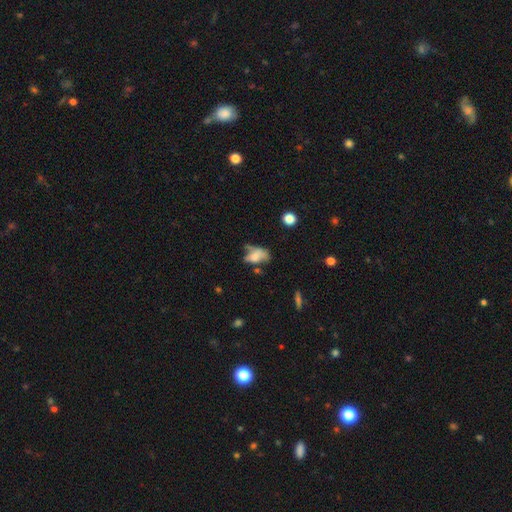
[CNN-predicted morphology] Smooth or featured? smooth (59%)
How rounded? in between (85%)
Merging? major disturbance (28%)